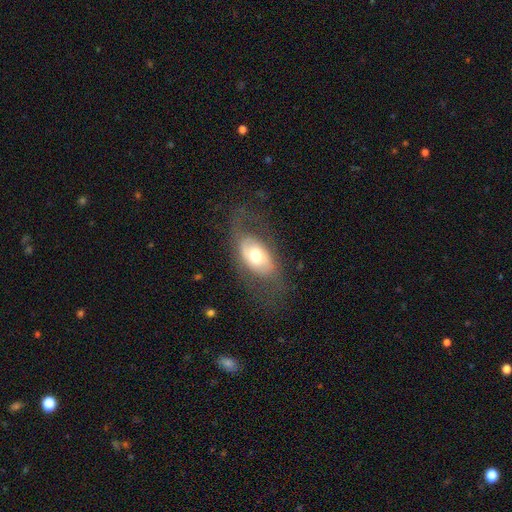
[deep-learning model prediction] A smooth galaxy with no disk features (47%). Merging: none (63%).